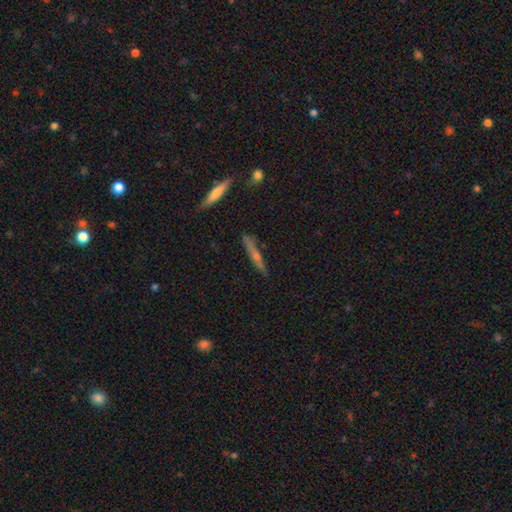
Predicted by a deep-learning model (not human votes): A featured or disk galaxy (58%) viewed edge-on (94%) with a rounded central bulge (67%).

Vote fractions:
- Smooth or featured? featured or disk: 58% / smooth: 33% / star or artifact: 9%
- Edge-on disk? yes: 94% / no: 6%
- Edge-on bulge? rounded: 67% / none: 27% / boxy: 6%
- Merging? none: 84% / minor disturbance: 12% / major disturbance: 2% / merger: 2%